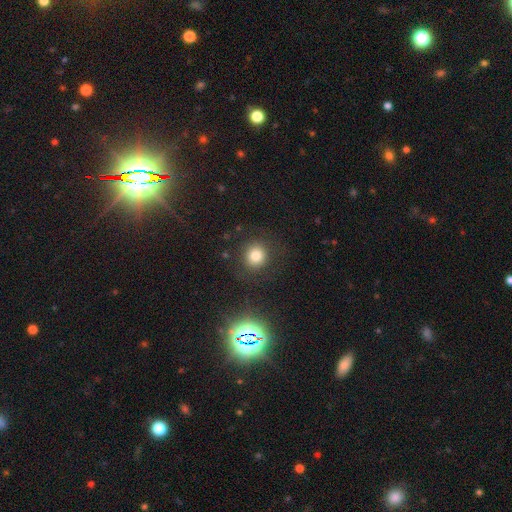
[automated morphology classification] This is likely a smooth galaxy (79%). How rounded: clearly round (88%). Merging: clearly none (86%).